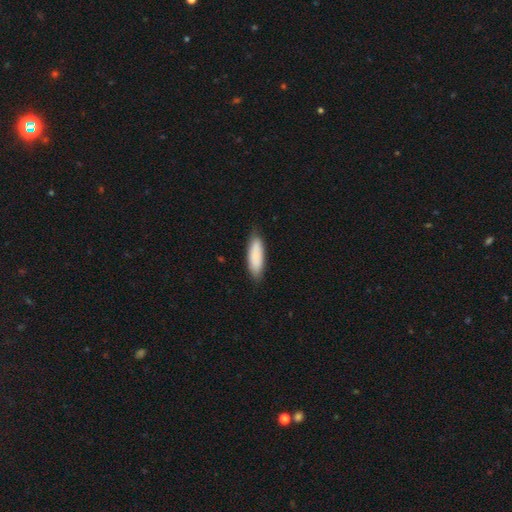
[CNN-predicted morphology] This appears to be a smooth galaxy with no disk features (87%) that is in between round and cigar-shaped (53%). Merging: none (82%).